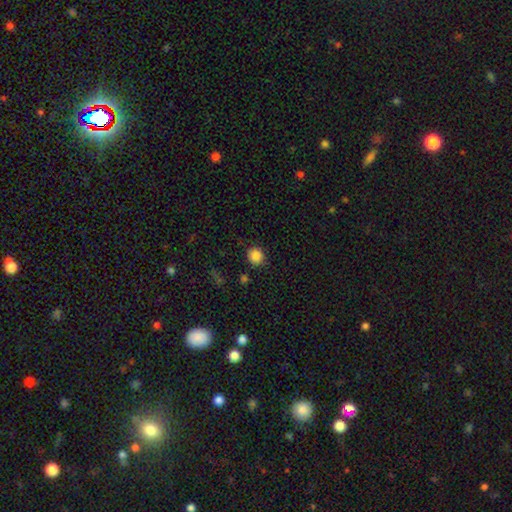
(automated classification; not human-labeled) Smooth or featured: smooth — 86% (star or artifact — 11%)
How rounded: round — 89% (in between — 10%)
Merging: none — 84% (minor disturbance — 10%)